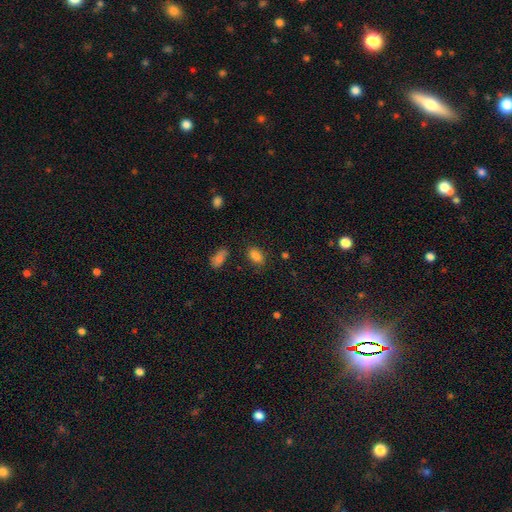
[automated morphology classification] The model was most divided on "merging": none: 80%, minor disturbance: 13%, major disturbance: 4%, merger: 3%. More confident: how rounded — in between (87%); smooth or featured — smooth (85%).